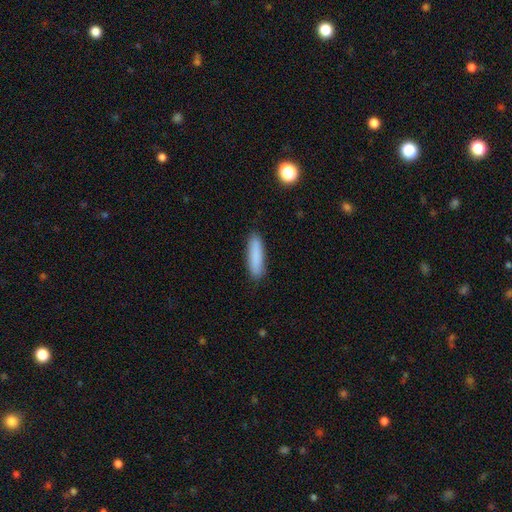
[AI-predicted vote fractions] Smooth or featured?
  - smooth: 86% *
  - featured or disk: 7%
  - star or artifact: 6%
How rounded?
  - cigar-shaped: 77% *
  - in between: 21%
  - round: 1%
Merging?
  - none: 88% *
  - minor disturbance: 9%
  - major disturbance: 2%
  - merger: 1%